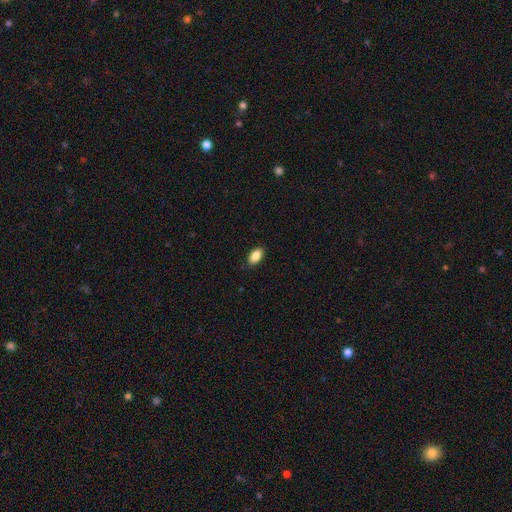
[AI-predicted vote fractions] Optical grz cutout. It shows a smooth galaxy with no disk features (85%) that is in between round and cigar-shaped (91%). Merging: none (88%).